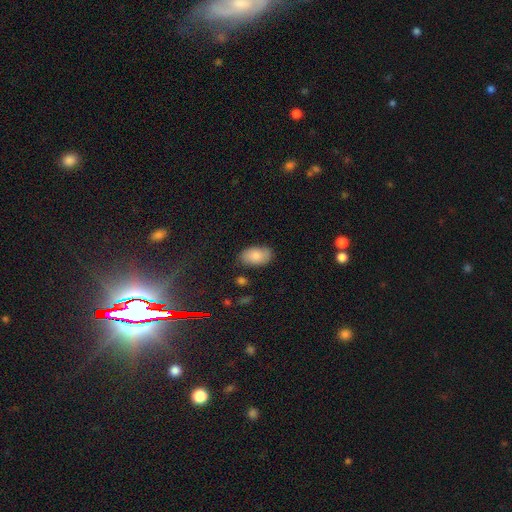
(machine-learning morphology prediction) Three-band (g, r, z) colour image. It shows a smooth galaxy with no disk features (83%) that is in between round and cigar-shaped (92%). Merging: none (80%).